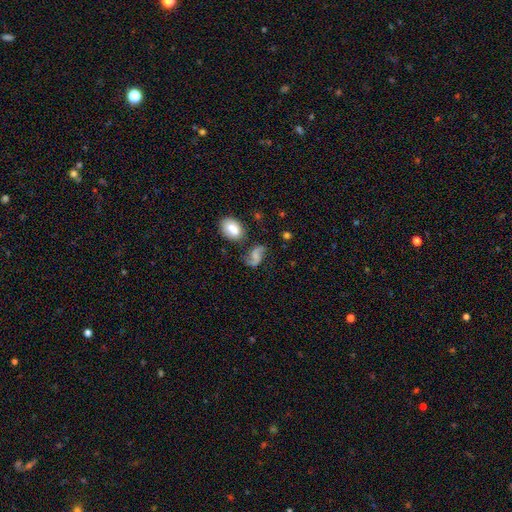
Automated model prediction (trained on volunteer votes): Smooth or featured? featured or disk (69%)
Edge-on disk? no (97%)
Bar? no (49%)
Spiral arms? yes (92%)
Spiral winding? loose (73%)
Spiral arm count? 2 (91%)
Bulge size? none (37%)
Merging? none (63%)